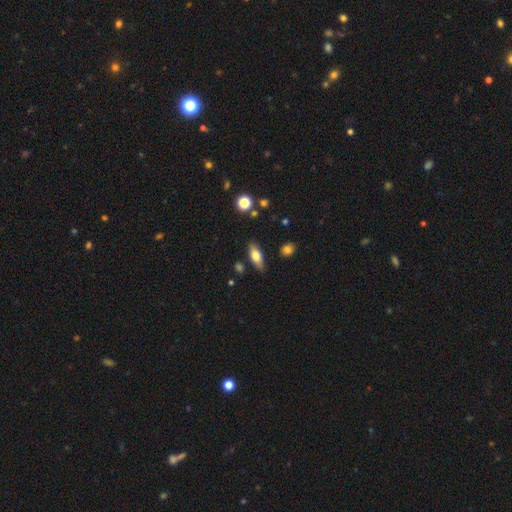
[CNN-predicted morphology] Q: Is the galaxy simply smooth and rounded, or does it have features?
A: smooth — 70%.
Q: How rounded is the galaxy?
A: in between — 71%.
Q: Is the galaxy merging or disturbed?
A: none — 82%.